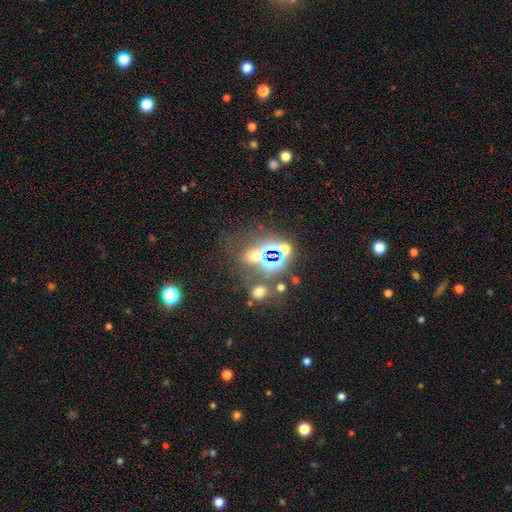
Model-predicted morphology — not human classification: A star or artifact, not a galaxy (48%).

Vote fractions:
- Smooth or featured? star or artifact: 48% / smooth: 40% / featured or disk: 12%